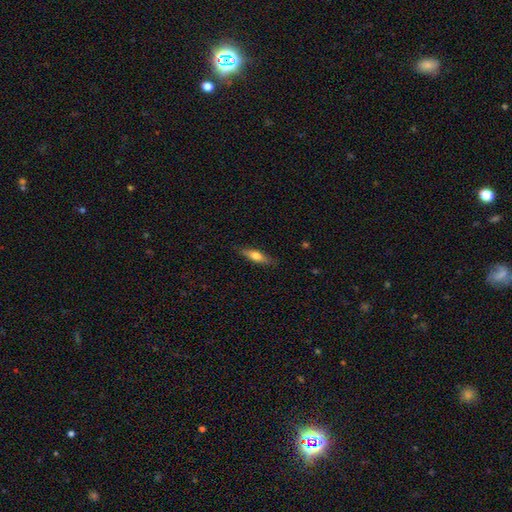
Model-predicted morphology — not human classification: smooth_or_featured: smooth (p=0.64) [alt: featured or disk p=0.29]
how_rounded: cigar-shaped (p=0.59) [alt: in between p=0.39]
merging: none (p=0.83) [alt: minor disturbance p=0.13]